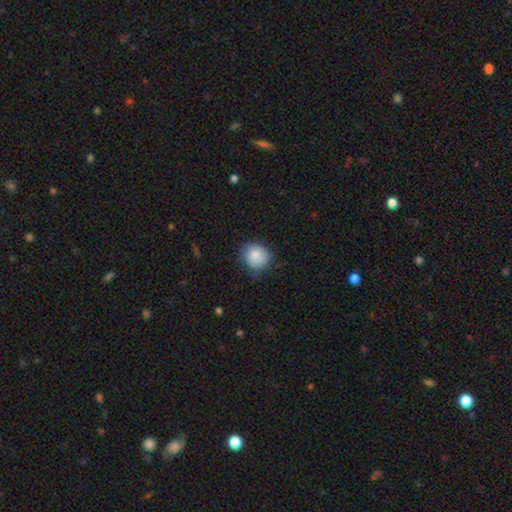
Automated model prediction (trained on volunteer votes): smooth_or_featured: smooth (p=0.84) [alt: featured or disk p=0.09]
how_rounded: round (p=0.85) [alt: in between p=0.14]
merging: none (p=0.73) [alt: minor disturbance p=0.21]